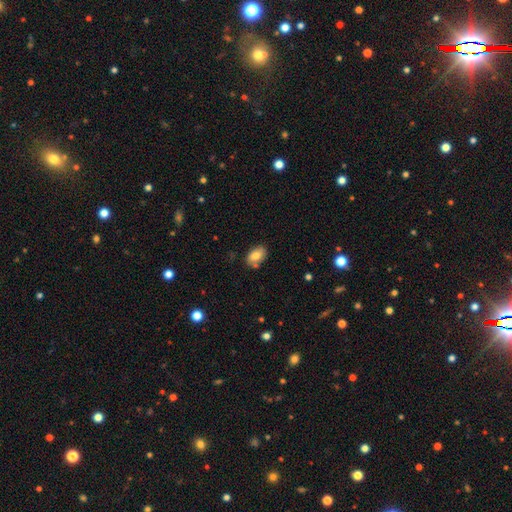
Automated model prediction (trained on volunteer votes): smooth_or_featured: smooth (p=0.78) [alt: featured or disk p=0.14]
how_rounded: in between (p=0.88) [alt: round p=0.10]
merging: none (p=0.75) [alt: minor disturbance p=0.16]